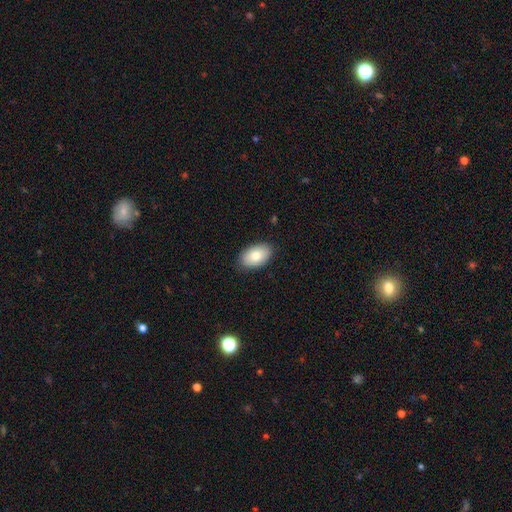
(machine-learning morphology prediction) This is clearly a smooth galaxy (81%). How rounded: clearly in between (92%). Merging: clearly none (87%).